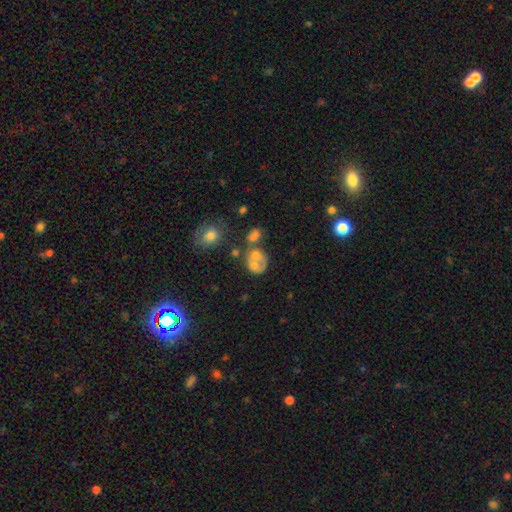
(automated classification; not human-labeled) smooth-or-featured: smooth: 35% | star or artifact: 34% | featured or disk: 31%
  merging: none: 45% | merger: 31% | minor disturbance: 13% | major disturbance: 11%